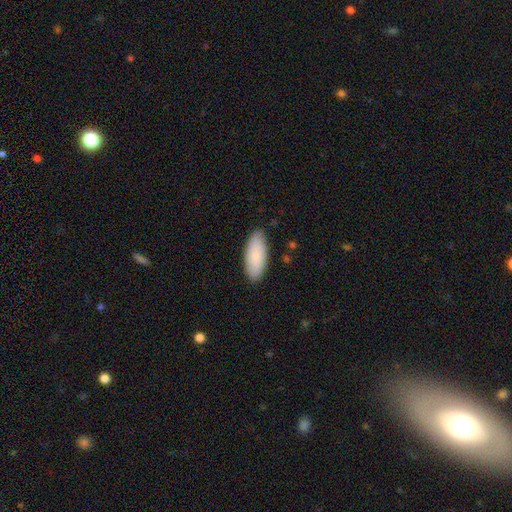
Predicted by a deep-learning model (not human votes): A smooth galaxy with no disk features (85%) that is in between round and cigar-shaped (81%). Merging: none (87%).